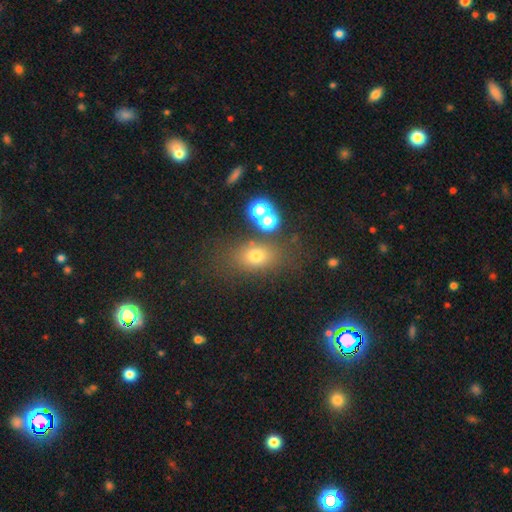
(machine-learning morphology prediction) Smooth or featured: smooth — 67% (star or artifact — 19%)
How rounded: in between — 63% (round — 34%)
Merging: none — 67% (minor disturbance — 14%)